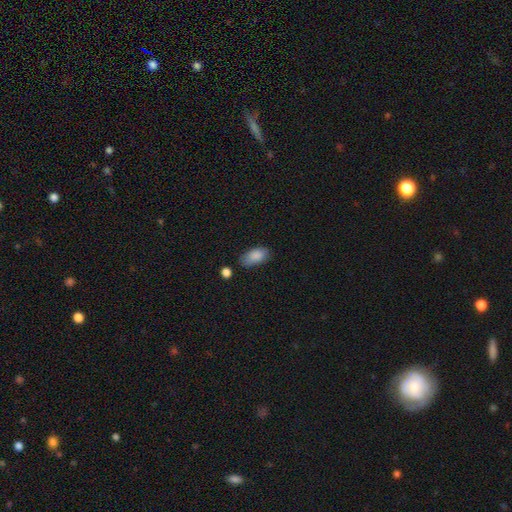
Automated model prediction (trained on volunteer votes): smooth_or_featured: smooth (p=0.87) [alt: star or artifact p=0.07]
how_rounded: in between (p=0.92) [alt: cigar-shaped p=0.04]
merging: none (p=0.71) [alt: minor disturbance p=0.20]